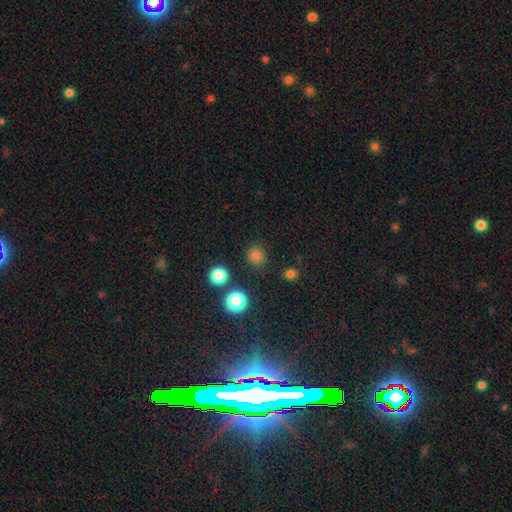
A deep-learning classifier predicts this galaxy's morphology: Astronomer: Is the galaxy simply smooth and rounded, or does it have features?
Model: smooth — 77%.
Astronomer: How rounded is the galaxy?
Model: round — 89%.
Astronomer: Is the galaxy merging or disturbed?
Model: none — 85%.